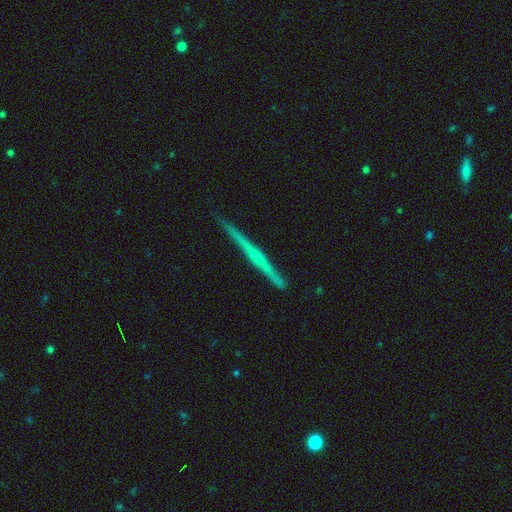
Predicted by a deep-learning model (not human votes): This appears to be a featured or disk galaxy (67%) viewed edge-on (98%) with no central bulge (64%). Merging: none (90%).